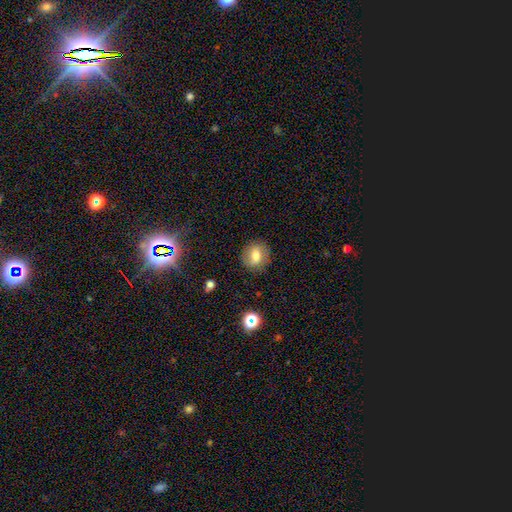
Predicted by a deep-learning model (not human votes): This appears to be a smooth galaxy with no disk features (72%) that is round (69%). Merging: none (84%).